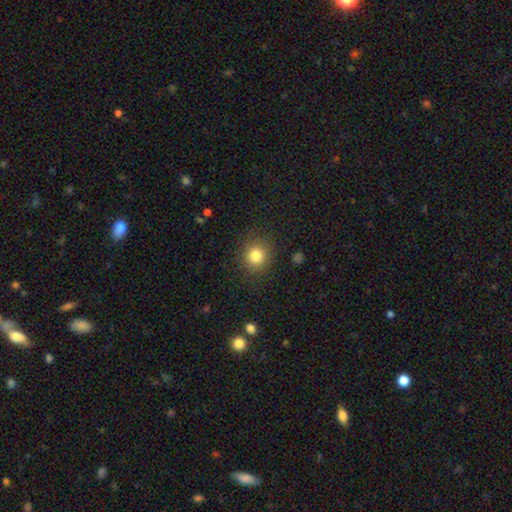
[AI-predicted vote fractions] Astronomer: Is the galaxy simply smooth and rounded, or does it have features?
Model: smooth — 82%.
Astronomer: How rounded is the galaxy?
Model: round — 90%.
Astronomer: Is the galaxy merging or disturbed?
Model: none — 88%.